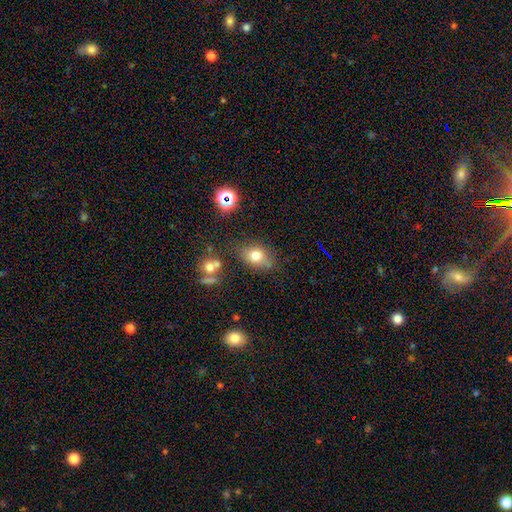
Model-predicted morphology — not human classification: smooth 74%, star or artifact 14%, featured or disk 12%. Down the decision tree: how rounded — in between (68%); merging — none (71%).